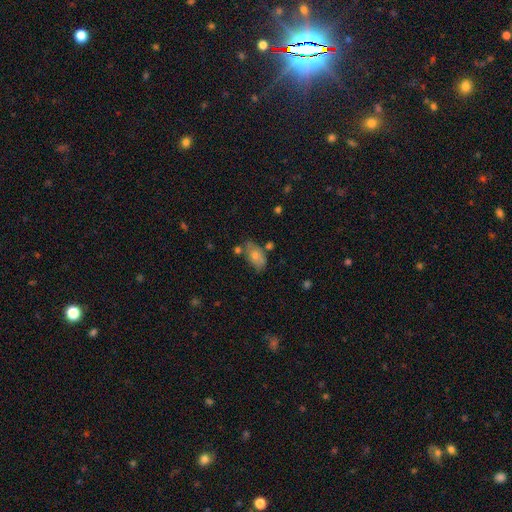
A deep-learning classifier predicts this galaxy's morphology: Smooth or featured? Predicted: smooth (p=0.69). How rounded? Predicted: in between (p=0.91). Merging? Predicted: none (p=0.54).